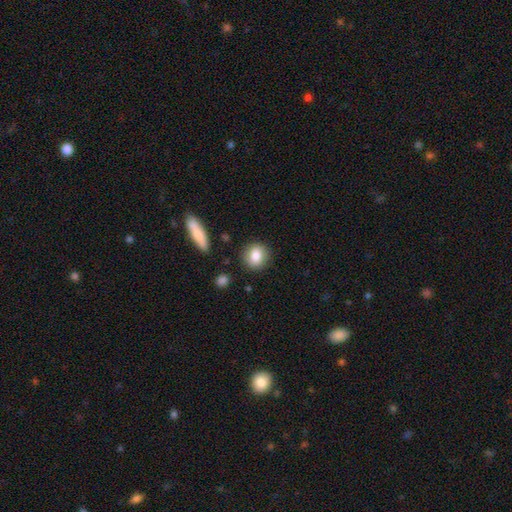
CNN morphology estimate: smooth 83%, featured or disk 9%, star or artifact 8%. Down the decision tree: how rounded — round (75%); merging — none (87%).